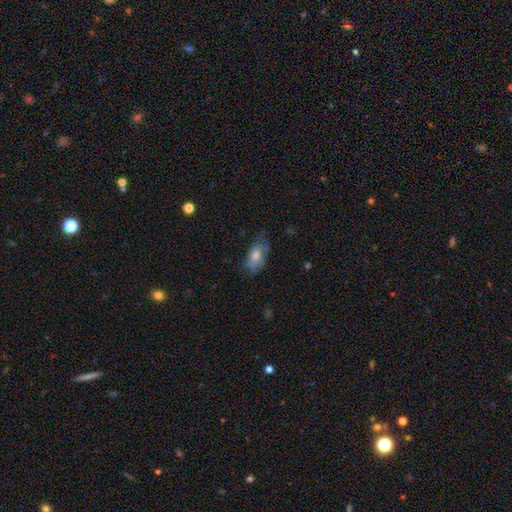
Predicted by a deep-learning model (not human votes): Smooth or featured? smooth (65%)
How rounded? in between (88%)
Merging? none (56%)